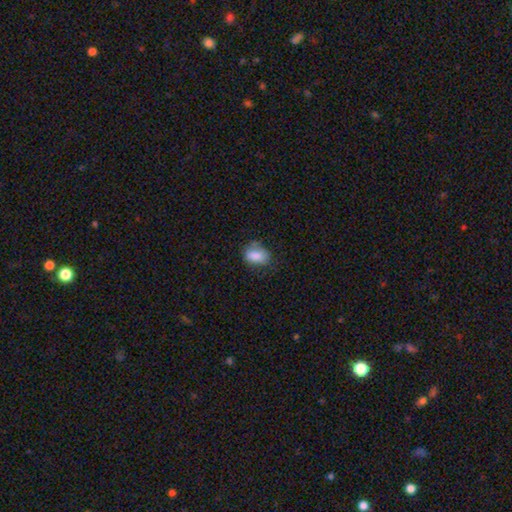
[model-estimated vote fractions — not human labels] Q: Smooth or featured?
A: smooth (84%); runner-up: star or artifact (8%)
Q: How rounded?
A: in between (81%); runner-up: round (18%)
Q: Merging?
A: none (58%); runner-up: minor disturbance (30%)